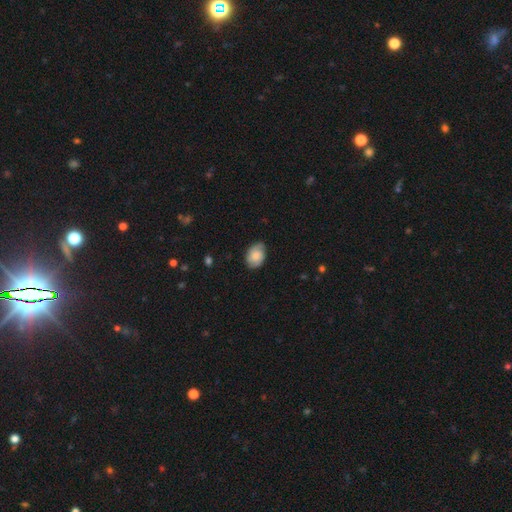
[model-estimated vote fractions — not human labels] The model was most divided on "smooth or featured": smooth: 63%, featured or disk: 29%, star or artifact: 8%. More confident: how rounded — in between (75%); merging — none (72%).